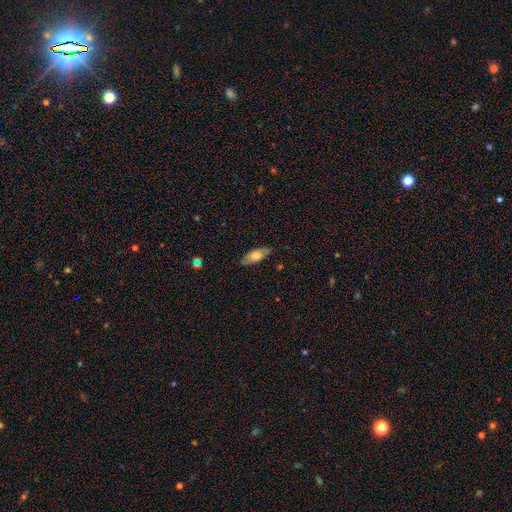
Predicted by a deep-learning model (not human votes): Smooth or featured?
  - smooth: 62% *
  - featured or disk: 31%
  - star or artifact: 7%
How rounded?
  - in between: 80% *
  - cigar-shaped: 17%
  - round: 3%
Merging?
  - none: 80% *
  - minor disturbance: 16%
  - major disturbance: 3%
  - merger: 1%